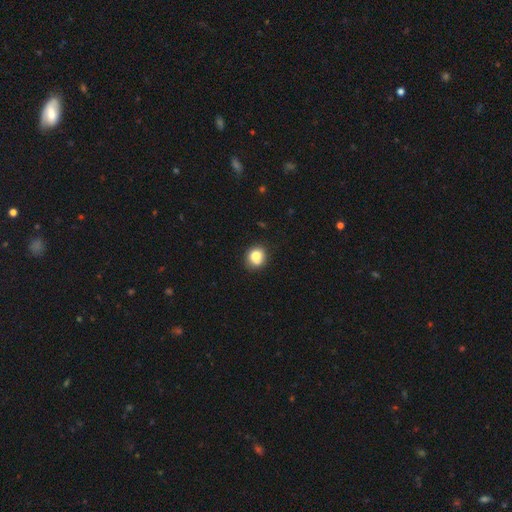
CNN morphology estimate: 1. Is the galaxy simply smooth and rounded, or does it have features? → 78% smooth, 11% featured or disk, 10% star or artifact.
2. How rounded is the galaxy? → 77% round, 22% in between, 1% cigar-shaped.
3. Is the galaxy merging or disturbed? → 65% none, 18% minor disturbance, 13% merger, 5% major disturbance.